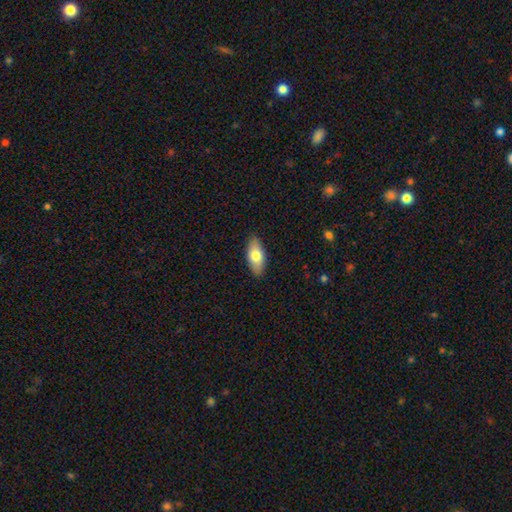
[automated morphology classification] The model was most divided on "smooth or featured": smooth: 73%, featured or disk: 21%, star or artifact: 6%. More confident: merging — none (88%); how rounded — in between (86%).